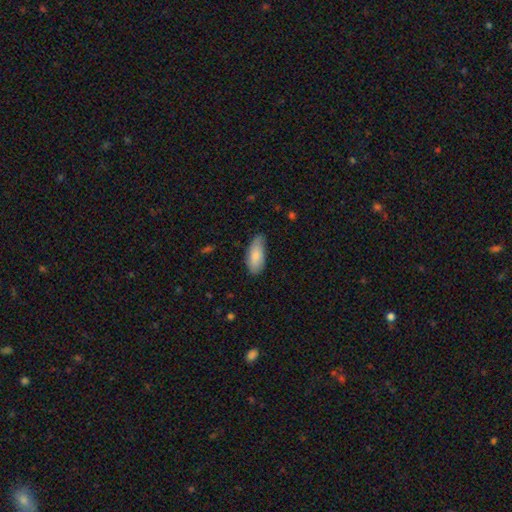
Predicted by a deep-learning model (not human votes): smooth 83%, featured or disk 11%, star or artifact 5%. Down the decision tree: how rounded — in between (87%); merging — none (62%).